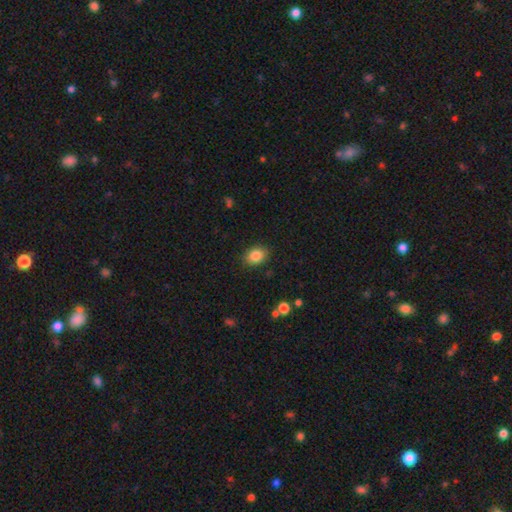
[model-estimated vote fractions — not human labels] Overall: smooth (85%). How rounded: in between (69%; round 30%). Merging: none (87%).